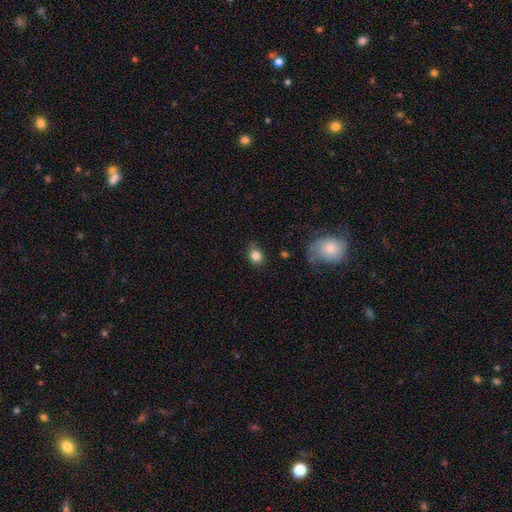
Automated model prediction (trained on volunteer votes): Smooth or featured? Predicted: smooth (p=0.84). How rounded? Predicted: round (p=0.54). Merging? Predicted: none (p=0.69).